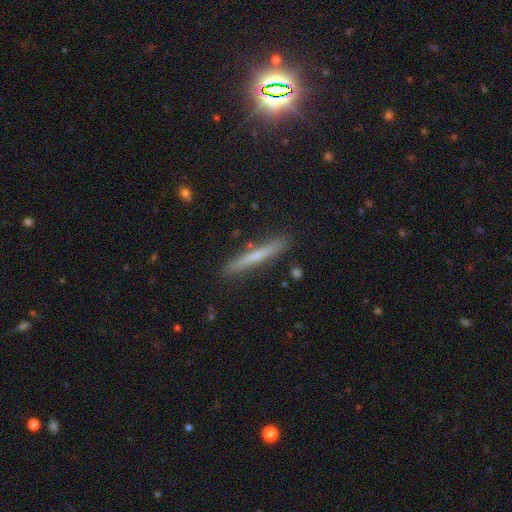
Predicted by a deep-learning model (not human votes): Overall: smooth (48%; featured or disk 44%). Merging: none (89%).